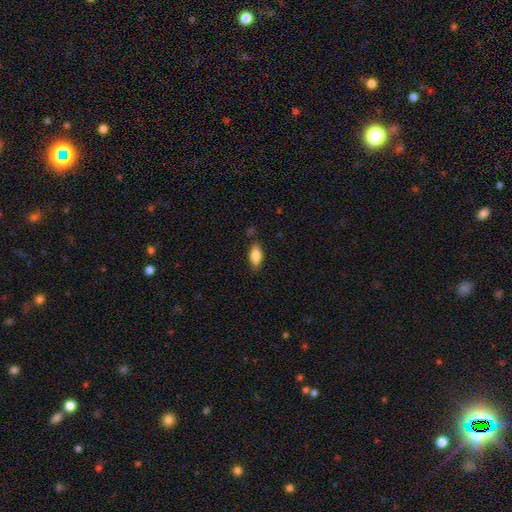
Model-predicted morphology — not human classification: This is clearly a smooth galaxy (82%). How rounded: clearly in between (85%). Merging: clearly none (81%).